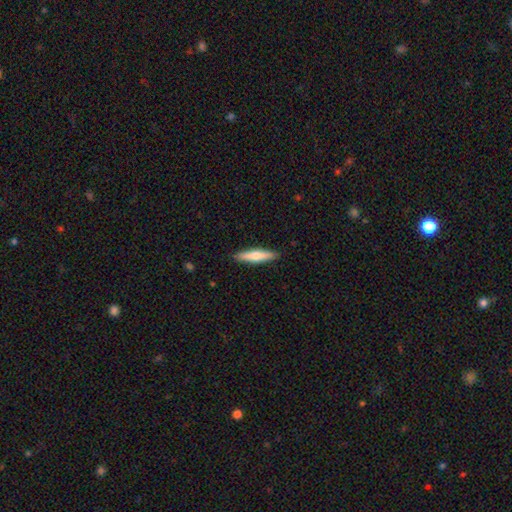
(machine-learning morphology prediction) The model was most divided on "smooth or featured": smooth: 60%, featured or disk: 35%, star or artifact: 5%. More confident: merging — none (90%); how rounded — cigar-shaped (83%).